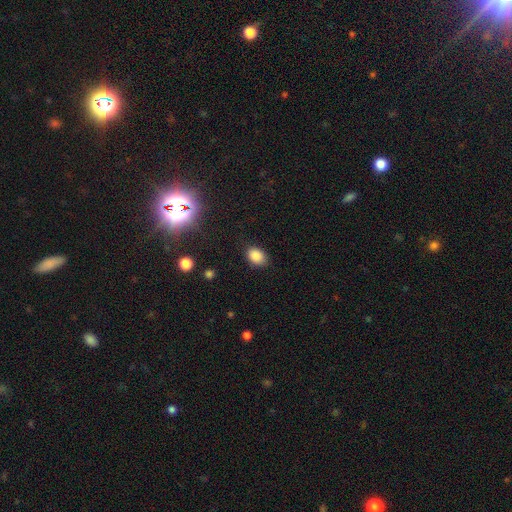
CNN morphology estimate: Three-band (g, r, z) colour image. It shows a smooth galaxy with no disk features (85%) that is in between round and cigar-shaped (75%). Merging: none (83%).